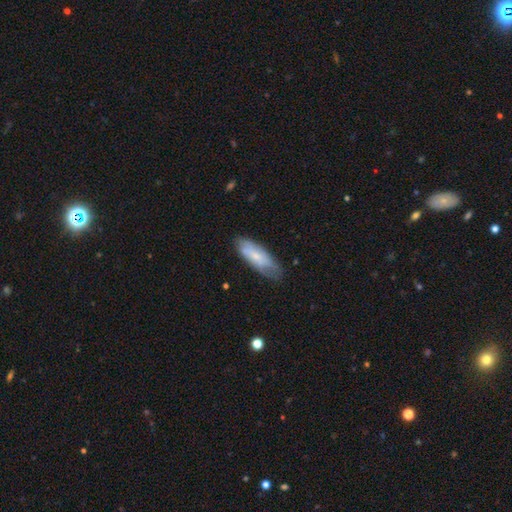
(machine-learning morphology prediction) Smooth or featured: smooth — 62% (featured or disk — 31%)
How rounded: in between — 61% (cigar-shaped — 38%)
Merging: none — 67% (minor disturbance — 25%)